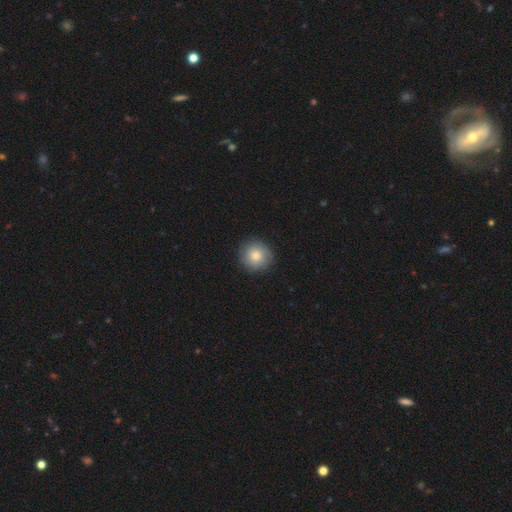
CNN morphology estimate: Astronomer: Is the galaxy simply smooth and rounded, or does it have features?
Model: smooth — 82%.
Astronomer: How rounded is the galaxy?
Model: round — 94%.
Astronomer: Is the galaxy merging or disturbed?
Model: none — 89%.